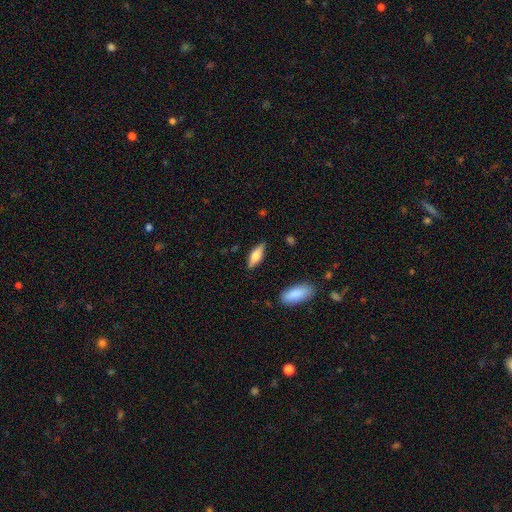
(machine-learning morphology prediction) Overall: smooth (53%; featured or disk 40%). How rounded: in between (56%; cigar-shaped 41%). Merging: none (86%).